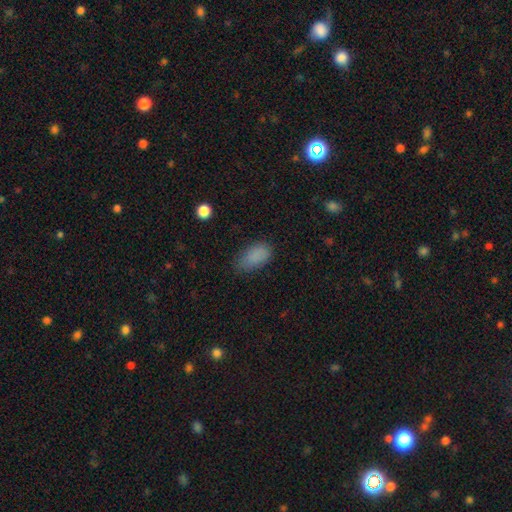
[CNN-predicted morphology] The model was most divided on "merging": none: 66%, minor disturbance: 26%, major disturbance: 7%, merger: 1%. More confident: how rounded — in between (92%); smooth or featured — smooth (85%).